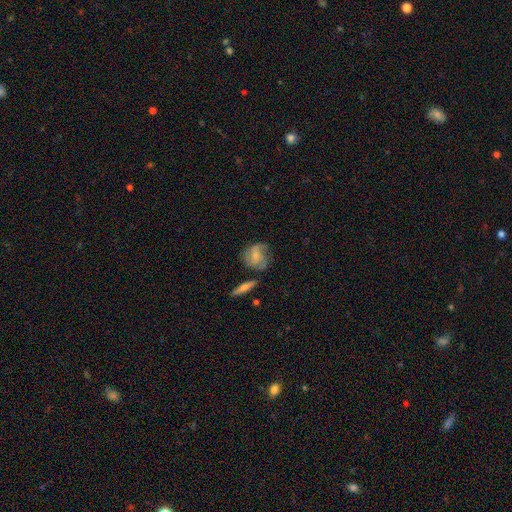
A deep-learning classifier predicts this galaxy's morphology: Q: Smooth or featured?
A: featured or disk (47%); runner-up: smooth (46%)
Q: Merging?
A: none (55%); runner-up: minor disturbance (25%)